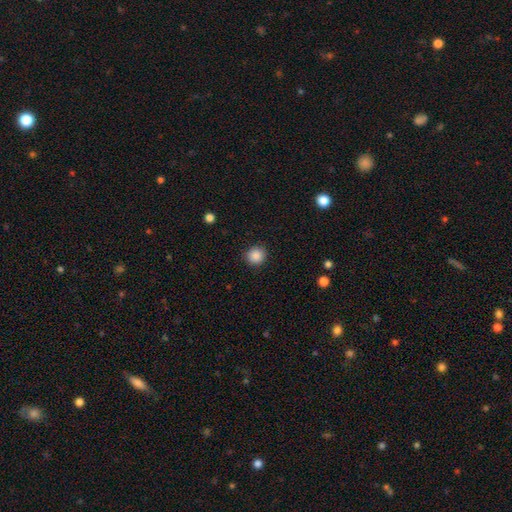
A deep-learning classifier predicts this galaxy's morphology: smooth_or_featured: smooth (p=0.88) [alt: star or artifact p=0.09]
how_rounded: round (p=0.91) [alt: in between p=0.08]
merging: none (p=0.90) [alt: minor disturbance p=0.06]